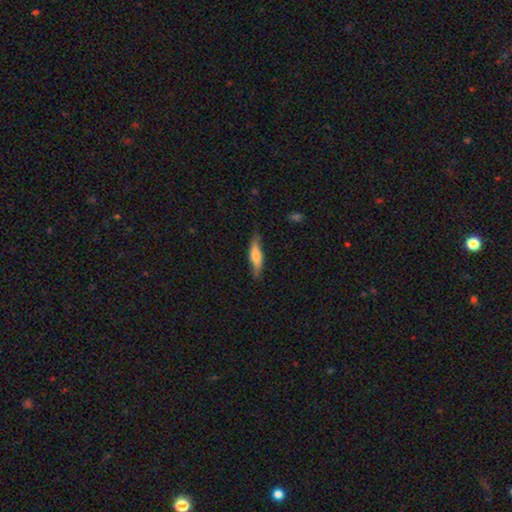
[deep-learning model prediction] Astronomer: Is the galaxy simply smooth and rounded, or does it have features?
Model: smooth — 57% (runner-up: featured or disk, 37%).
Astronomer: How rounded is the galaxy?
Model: cigar-shaped — 72%.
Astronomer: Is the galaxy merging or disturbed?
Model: none — 76%.